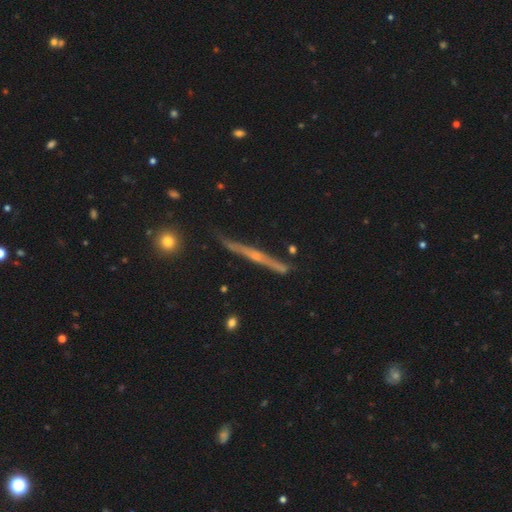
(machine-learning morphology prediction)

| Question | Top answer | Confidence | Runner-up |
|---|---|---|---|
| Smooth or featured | featured or disk | 75% | smooth (18%) |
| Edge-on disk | yes | 97% | no (3%) |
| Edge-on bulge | rounded | 55% | none (39%) |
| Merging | none | 84% | minor disturbance (12%) |